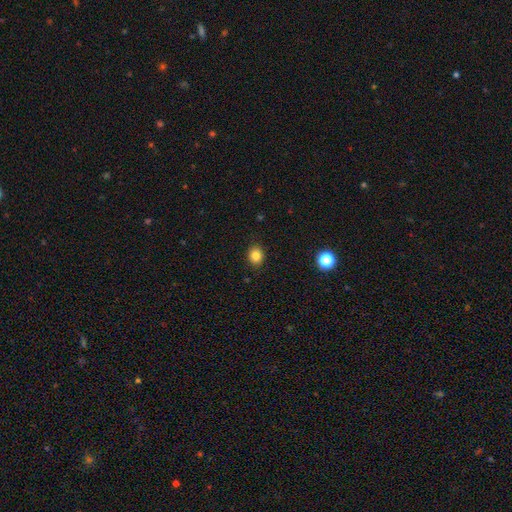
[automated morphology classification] A smooth galaxy with no disk features (83%) that is round (71%).

Vote fractions:
- Smooth or featured? smooth: 83% / star or artifact: 11% / featured or disk: 6%
- How rounded? round: 71% / in between: 28% / cigar-shaped: 1%
- Merging? none: 89% / minor disturbance: 8% / major disturbance: 2% / merger: 1%